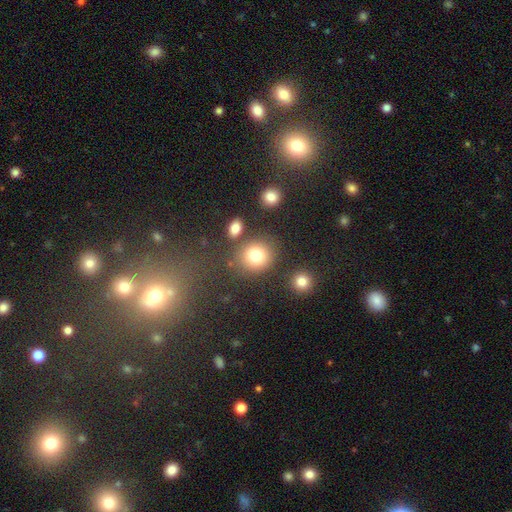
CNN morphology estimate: Overall: smooth (80%). How rounded: round (77%). Merging: none (75%).